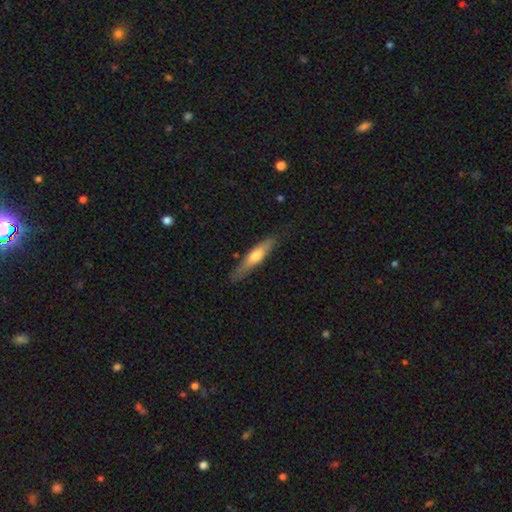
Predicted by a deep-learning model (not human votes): Overall: smooth (54%; featured or disk 41%). How rounded: cigar-shaped (81%). Merging: none (80%).